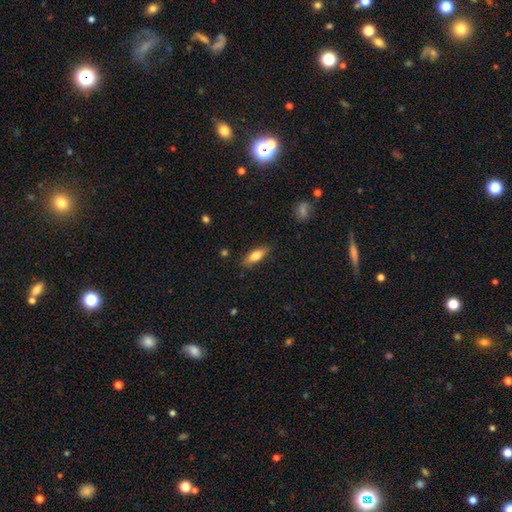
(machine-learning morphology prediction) smooth_or_featured: smooth (p=0.74) [alt: featured or disk p=0.19]
how_rounded: in between (p=0.63) [alt: cigar-shaped p=0.35]
merging: none (p=0.84) [alt: minor disturbance p=0.12]